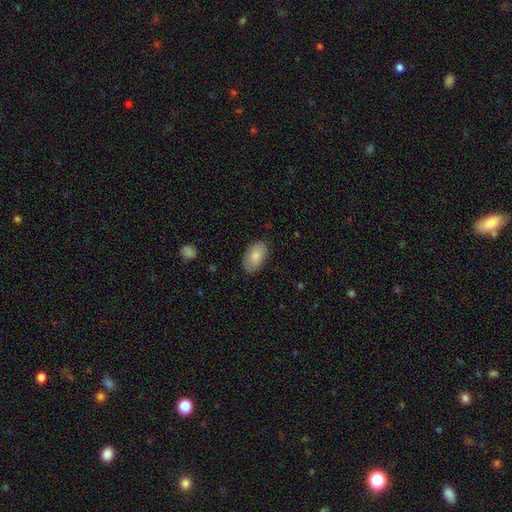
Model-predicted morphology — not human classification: smooth 85%, featured or disk 9%, star or artifact 6%. Down the decision tree: how rounded — in between (95%); merging — none (85%).